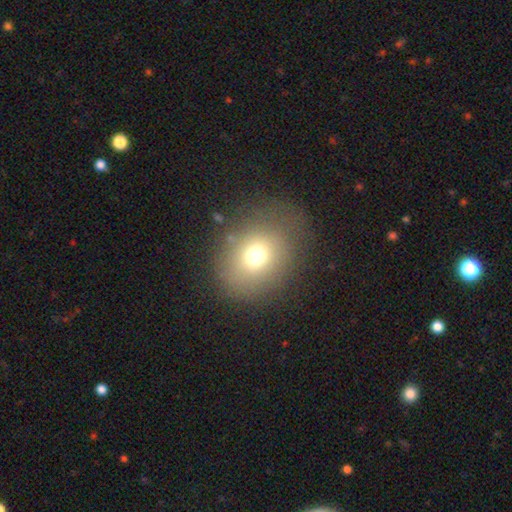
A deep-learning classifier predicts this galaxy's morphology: Smooth or featured: smooth — 70% (star or artifact — 18%)
How rounded: round — 66% (in between — 33%)
Merging: none — 74% (minor disturbance — 13%)